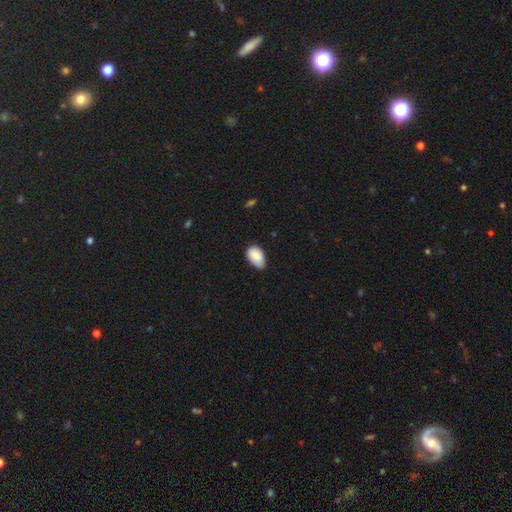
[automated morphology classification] This appears to be a smooth galaxy with no disk features (84%) that is in between round and cigar-shaped (90%). Merging: none (55%).